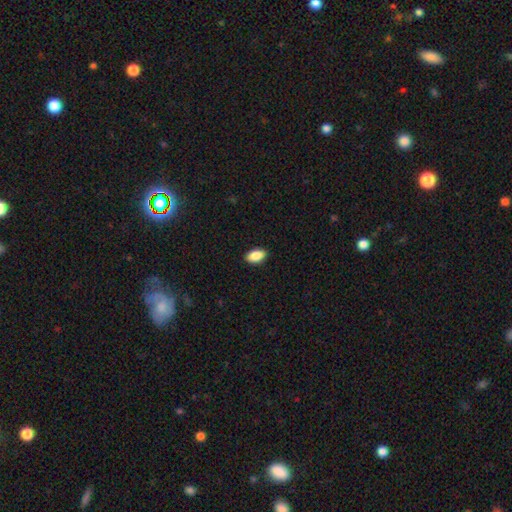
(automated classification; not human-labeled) This appears to be a smooth galaxy with no disk features (89%) that is in between round and cigar-shaped (94%). Merging: none (90%).